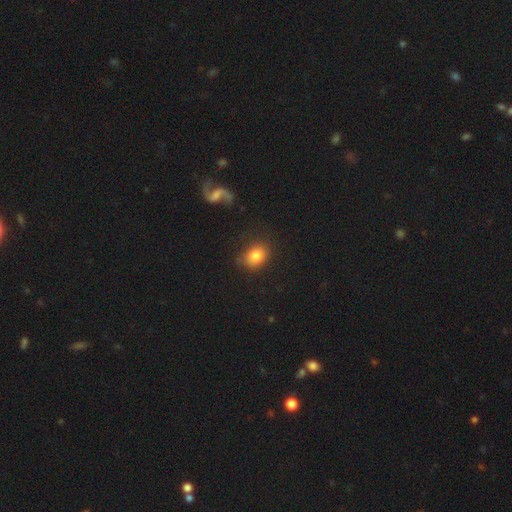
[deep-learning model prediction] The model was most divided on "how rounded": in between: 55%, round: 43%, cigar-shaped: 1%. More confident: smooth or featured — smooth (80%); merging — none (75%).